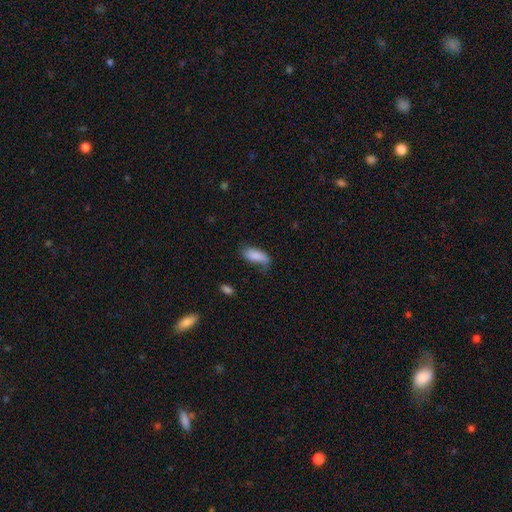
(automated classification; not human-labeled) Smooth or featured?
  - smooth: 83% *
  - featured or disk: 10%
  - star or artifact: 7%
How rounded?
  - in between: 82% *
  - cigar-shaped: 16%
  - round: 2%
Merging?
  - none: 51% *
  - minor disturbance: 34%
  - major disturbance: 13%
  - merger: 3%